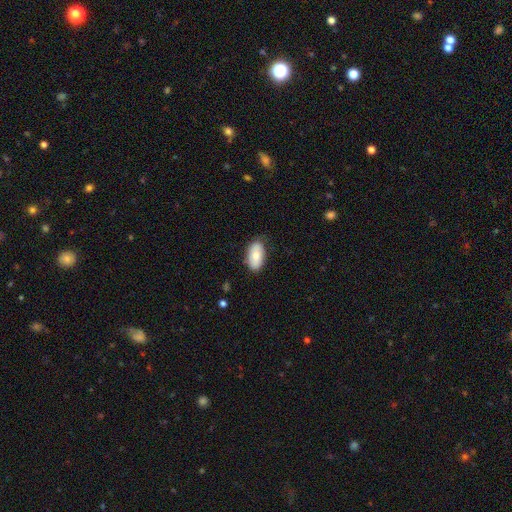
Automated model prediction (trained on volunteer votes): Morphology: type=smooth (76%); roundness=in between (94%); merging=none (73%).